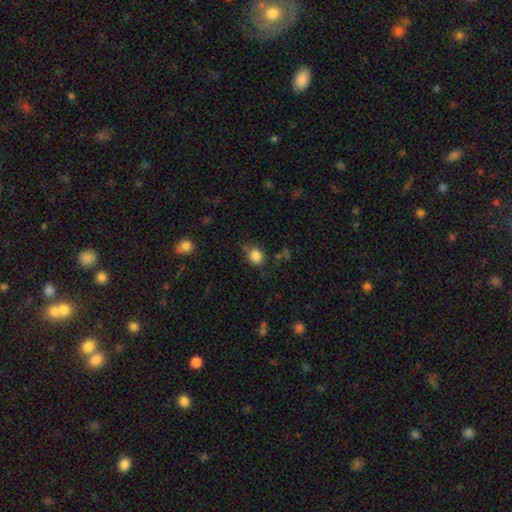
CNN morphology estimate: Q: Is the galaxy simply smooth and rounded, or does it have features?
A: smooth — 84%.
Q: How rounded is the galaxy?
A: round — 67%.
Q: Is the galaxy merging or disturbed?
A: none — 69%.